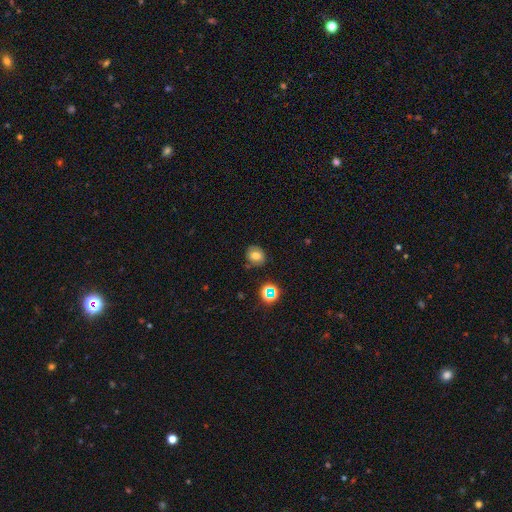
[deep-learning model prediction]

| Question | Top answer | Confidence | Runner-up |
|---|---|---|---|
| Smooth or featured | smooth | 69% | star or artifact (17%) |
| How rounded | round | 73% | in between (26%) |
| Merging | none | 81% | minor disturbance (13%) |